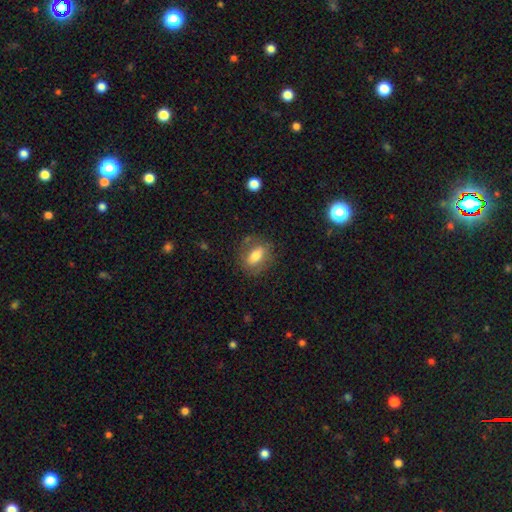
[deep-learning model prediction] Morphology: type=smooth (64%); roundness=in between (74%); merging=none (75%).